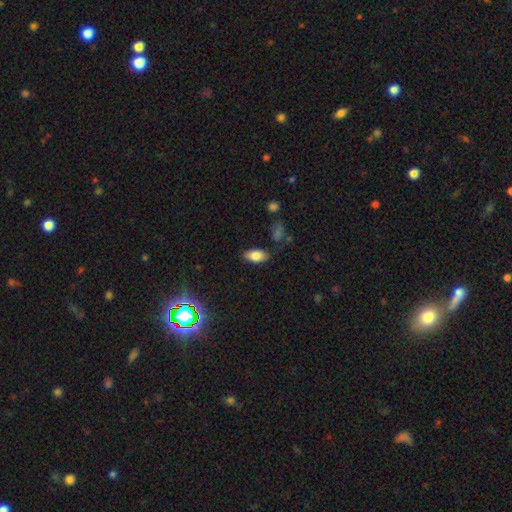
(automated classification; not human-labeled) A smooth galaxy with no disk features (82%) that is in between round and cigar-shaped (91%). Merging: none (82%).